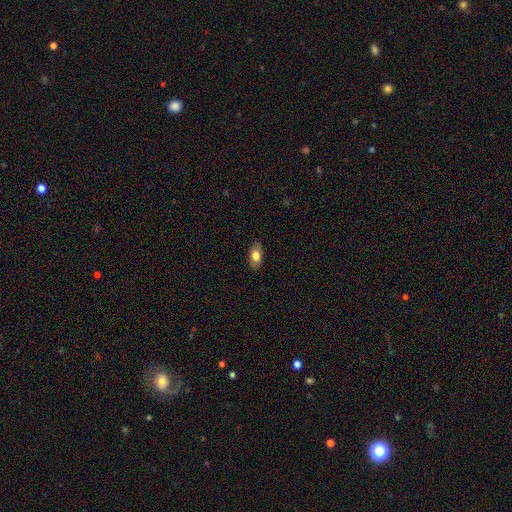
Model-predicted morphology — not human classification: The model was most divided on "smooth or featured": smooth: 76%, featured or disk: 17%, star or artifact: 7%. More confident: how rounded — in between (90%); merging — none (85%).